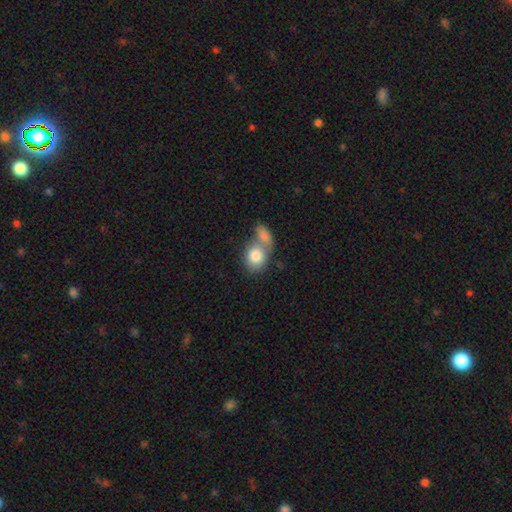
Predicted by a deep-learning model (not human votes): Q: Smooth or featured?
A: smooth (81%); runner-up: featured or disk (12%)
Q: How rounded?
A: round (54%); runner-up: in between (44%)
Q: Merging?
A: merger (55%); runner-up: none (31%)